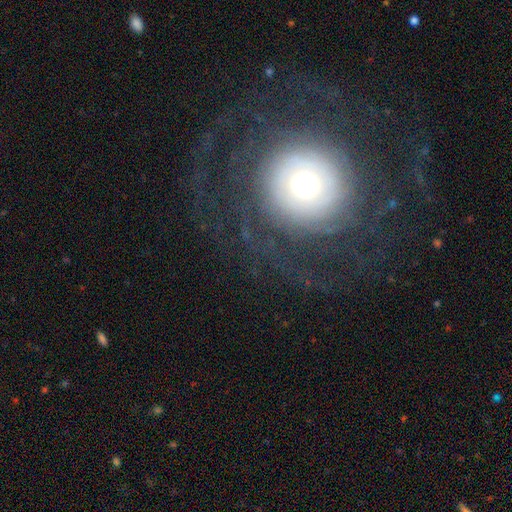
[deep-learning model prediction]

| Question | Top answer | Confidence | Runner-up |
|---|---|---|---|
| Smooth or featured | featured or disk | 58% | smooth (31%) |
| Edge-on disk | no | 96% | yes (4%) |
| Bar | no | 86% | weak (10%) |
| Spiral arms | yes | 56% | no (44%) |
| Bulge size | moderate | 45% | small (28%) |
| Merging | none | 75% | major disturbance (14%) |